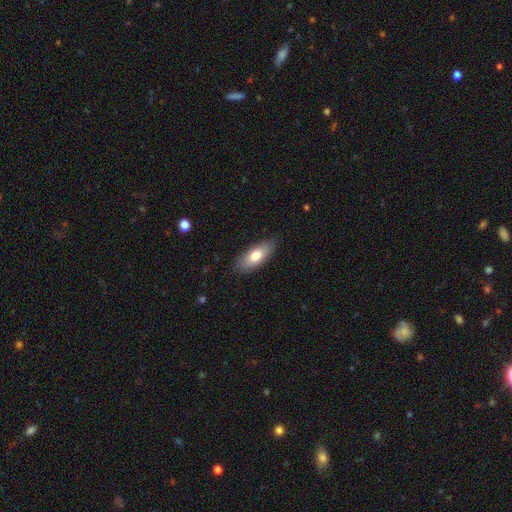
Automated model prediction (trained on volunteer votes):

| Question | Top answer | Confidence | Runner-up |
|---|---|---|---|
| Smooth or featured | smooth | 74% | featured or disk (20%) |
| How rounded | in between | 74% | cigar-shaped (24%) |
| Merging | none | 84% | minor disturbance (13%) |